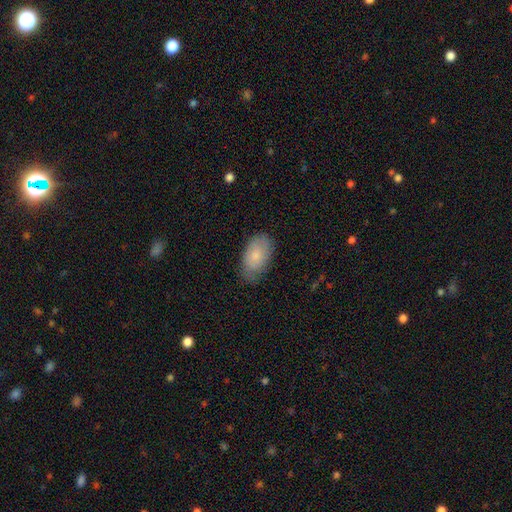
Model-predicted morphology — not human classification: Smooth or featured? Predicted: smooth (p=0.80). How rounded? Predicted: in between (p=0.94). Merging? Predicted: none (p=0.69).